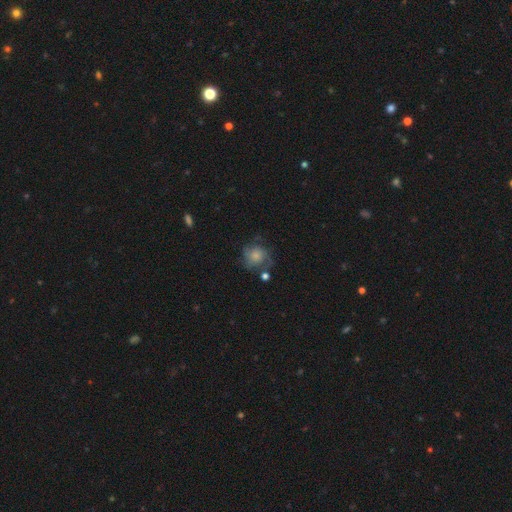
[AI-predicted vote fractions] This is possibly a smooth galaxy (48%). Merging: possibly none (54%).